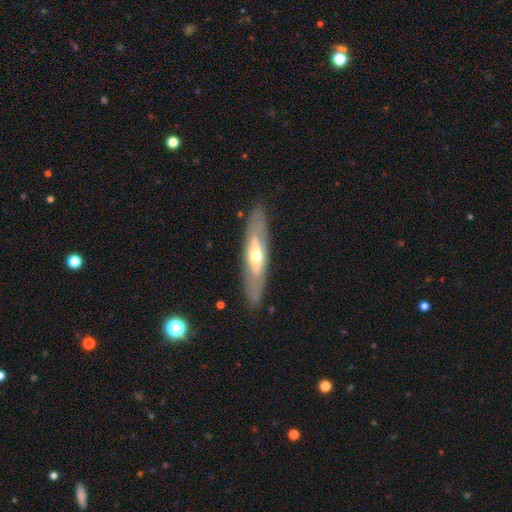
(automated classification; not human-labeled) Morphology: type=featured or disk (57%); edge-on=no (54%); merging=none (85%).